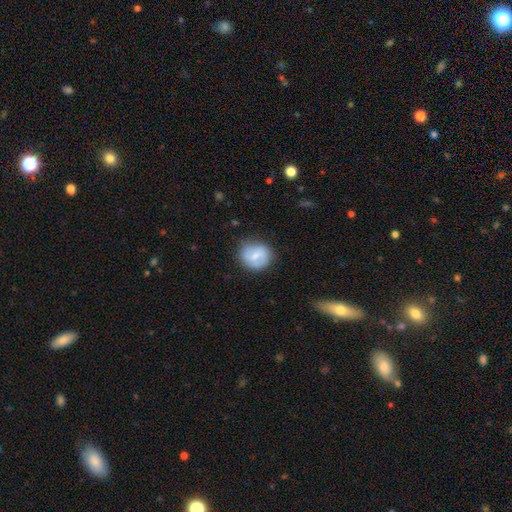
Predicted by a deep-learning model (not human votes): smooth 63%, featured or disk 30%, star or artifact 7%. Down the decision tree: how rounded — round (74%); merging — none (72%).